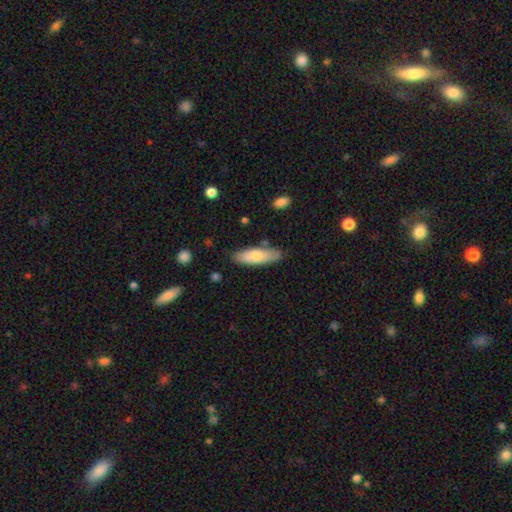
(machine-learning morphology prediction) smooth_or_featured: smooth (p=0.72) [alt: featured or disk p=0.22]
how_rounded: in between (p=0.53) [alt: cigar-shaped p=0.46]
merging: none (p=0.78) [alt: minor disturbance p=0.16]